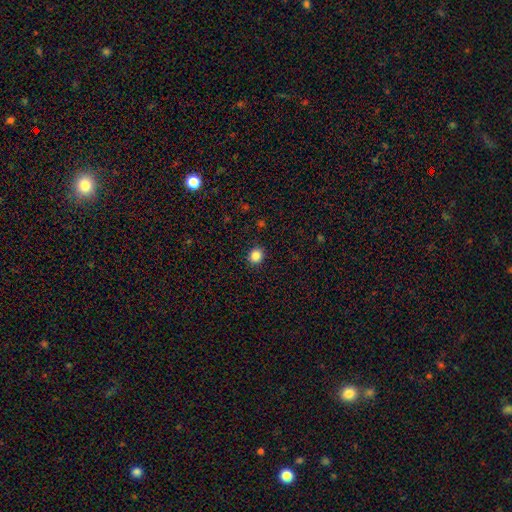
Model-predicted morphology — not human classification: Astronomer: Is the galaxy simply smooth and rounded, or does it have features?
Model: smooth — 85%.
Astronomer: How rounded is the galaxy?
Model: round — 88%.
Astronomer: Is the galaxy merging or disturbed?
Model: none — 91%.